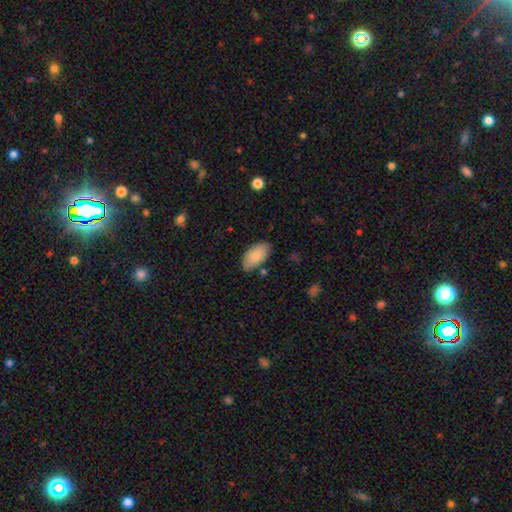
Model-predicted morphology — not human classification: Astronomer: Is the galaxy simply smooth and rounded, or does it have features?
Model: smooth — 87%.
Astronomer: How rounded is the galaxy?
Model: in between — 95%.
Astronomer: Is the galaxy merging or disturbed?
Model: none — 79%.